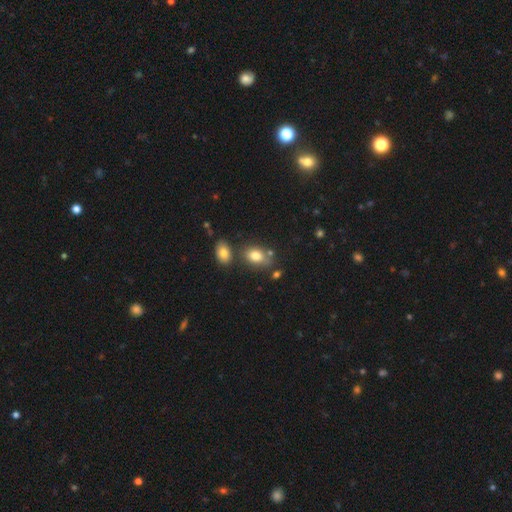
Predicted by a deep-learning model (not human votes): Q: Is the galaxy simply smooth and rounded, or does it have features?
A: smooth — 80%.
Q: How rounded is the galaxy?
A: in between — 82%.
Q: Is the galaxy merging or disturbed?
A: none — 62%.